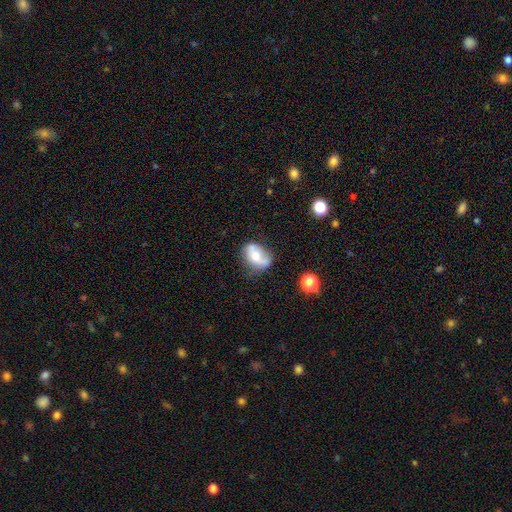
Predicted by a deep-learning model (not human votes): This is possibly a smooth galaxy (48%). Merging: possibly none (55%).